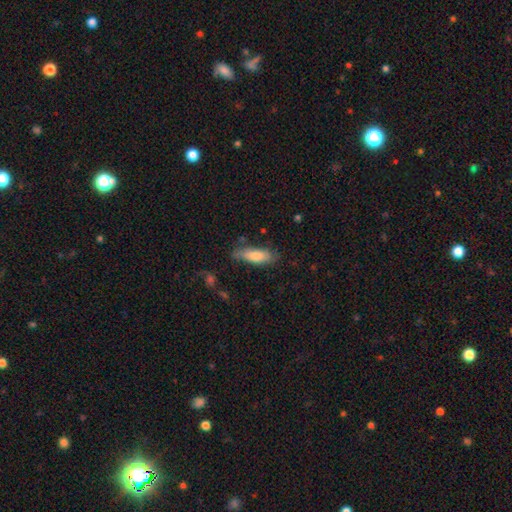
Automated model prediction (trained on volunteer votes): Q: Smooth or featured?
A: smooth (77%); runner-up: featured or disk (17%)
Q: How rounded?
A: in between (54%); runner-up: cigar-shaped (45%)
Q: Merging?
A: none (72%); runner-up: minor disturbance (20%)